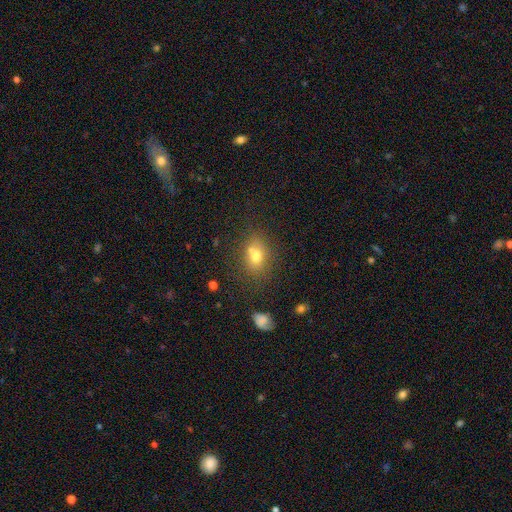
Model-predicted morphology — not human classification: Smooth or featured? Predicted: smooth (p=0.69). How rounded? Predicted: in between (p=0.54). Merging? Predicted: none (p=0.52).